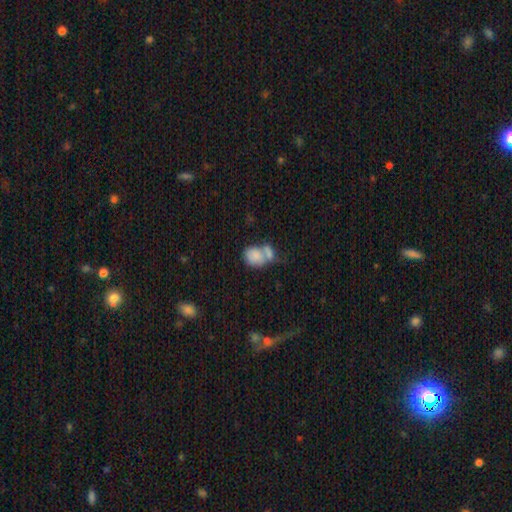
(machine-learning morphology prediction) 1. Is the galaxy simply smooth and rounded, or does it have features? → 79% smooth, 13% featured or disk, 7% star or artifact.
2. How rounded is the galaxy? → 66% in between, 33% round, 1% cigar-shaped.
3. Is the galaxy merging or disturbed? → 64% merger, 21% none, 10% minor disturbance, 6% major disturbance.